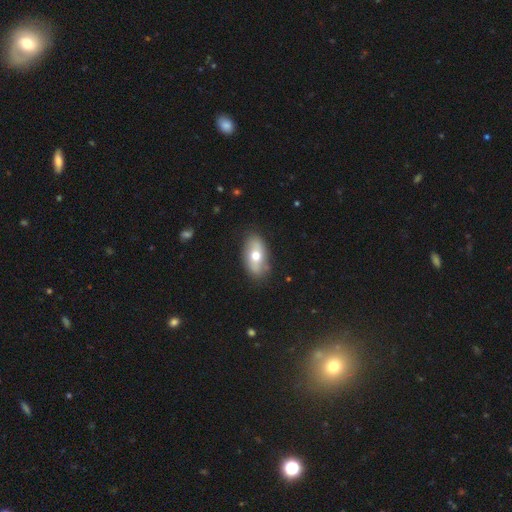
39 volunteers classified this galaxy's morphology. Smooth or featured? 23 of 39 (59%) said smooth. How rounded? 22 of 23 (96%) said in between. Merging? 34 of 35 (97%) said none.